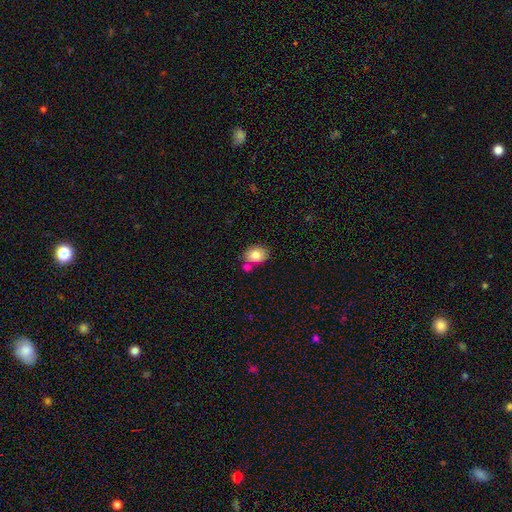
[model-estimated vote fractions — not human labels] Smooth or featured: smooth — 78% (featured or disk — 13%)
How rounded: in between — 51% (round — 48%)
Merging: none — 65% (merger — 19%)